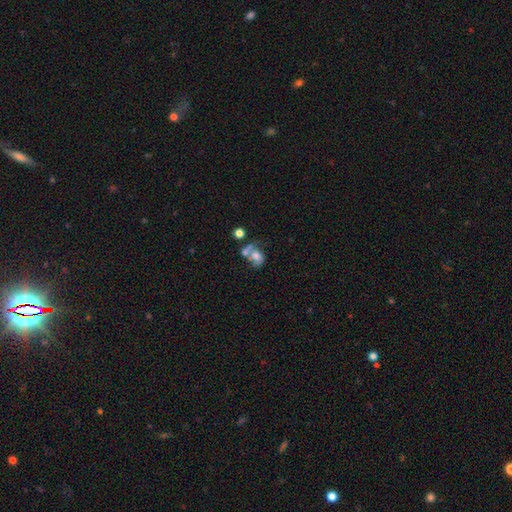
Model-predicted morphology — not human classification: This is possibly a smooth galaxy (46%). Merging: possibly merger (47%).